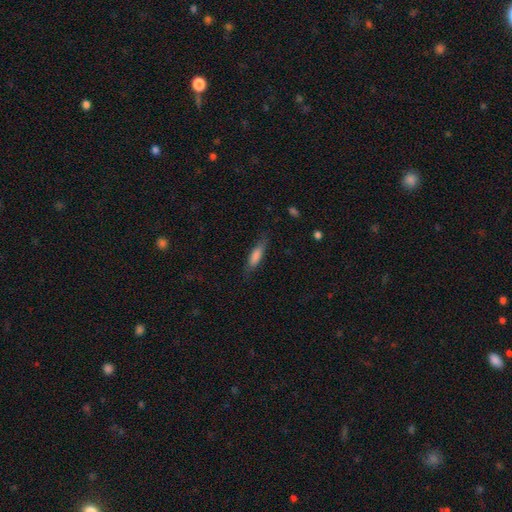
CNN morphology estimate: Smooth or featured?
  - smooth: 70% *
  - featured or disk: 22%
  - star or artifact: 8%
How rounded?
  - cigar-shaped: 63% *
  - in between: 35%
  - round: 2%
Merging?
  - none: 76% *
  - minor disturbance: 18%
  - major disturbance: 5%
  - merger: 1%